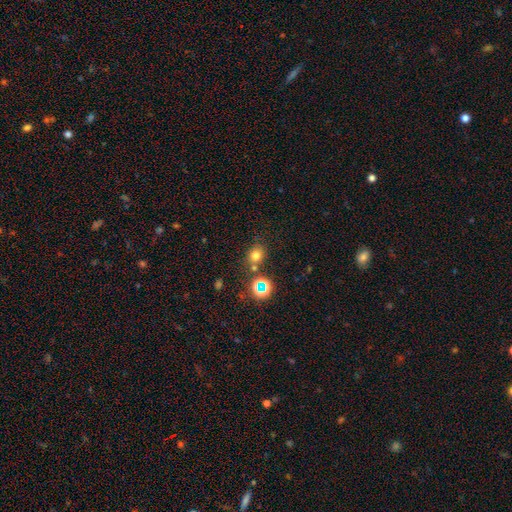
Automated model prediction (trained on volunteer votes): A smooth galaxy with no disk features (70%) that is round (69%). Merging: none (71%).